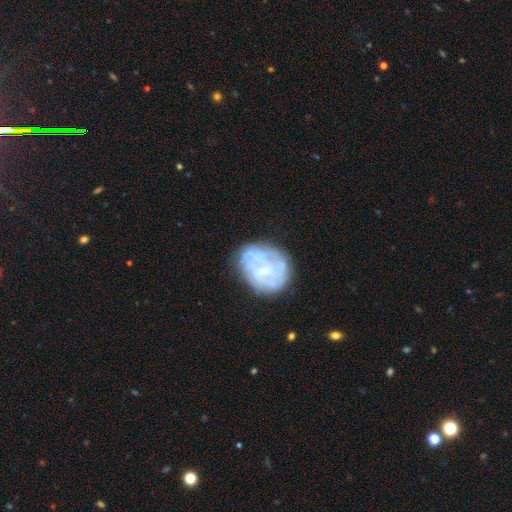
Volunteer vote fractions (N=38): This appears to be a featured or disk galaxy (50%) with no bar (63%), no spiral arms (53%) and a moderate central bulge (42%). Merging: none (72%).